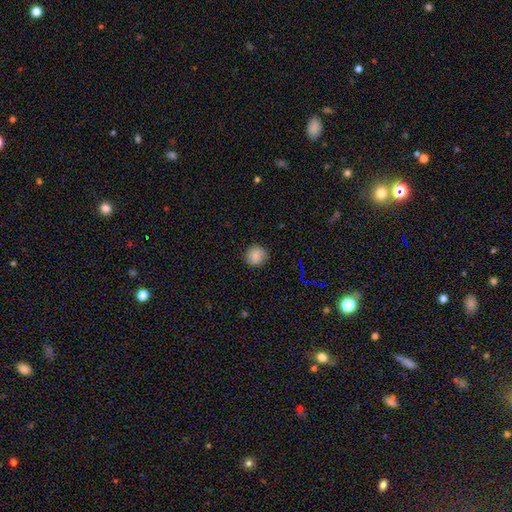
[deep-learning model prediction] This appears to be a smooth galaxy with no disk features (77%) that is round (89%). Merging: none (81%).